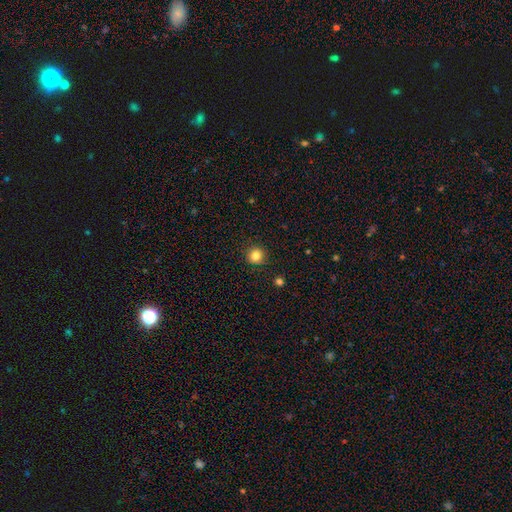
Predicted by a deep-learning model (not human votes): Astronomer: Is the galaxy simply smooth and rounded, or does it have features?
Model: smooth — 83%.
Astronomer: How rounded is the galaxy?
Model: round — 94%.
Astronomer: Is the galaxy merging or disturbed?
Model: none — 91%.